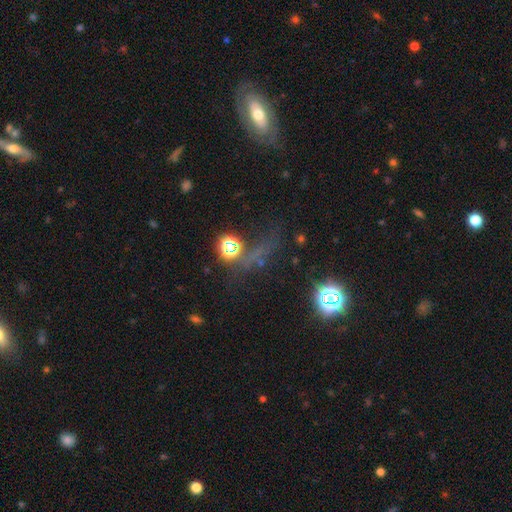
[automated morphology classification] star or artifact 42%, smooth 40%, featured or disk 18%.